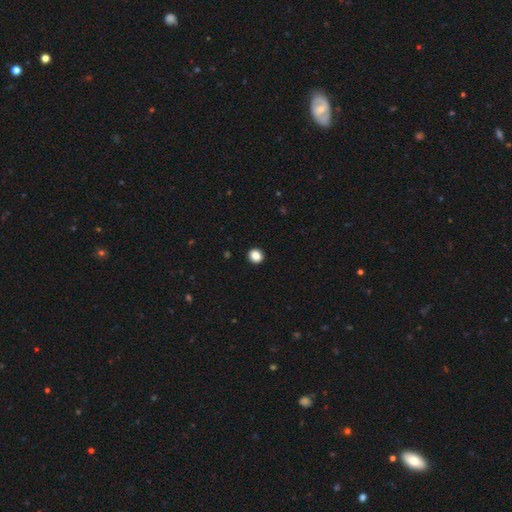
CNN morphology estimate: Smooth or featured? Predicted: smooth (p=0.87). How rounded? Predicted: round (p=0.80). Merging? Predicted: none (p=0.93).